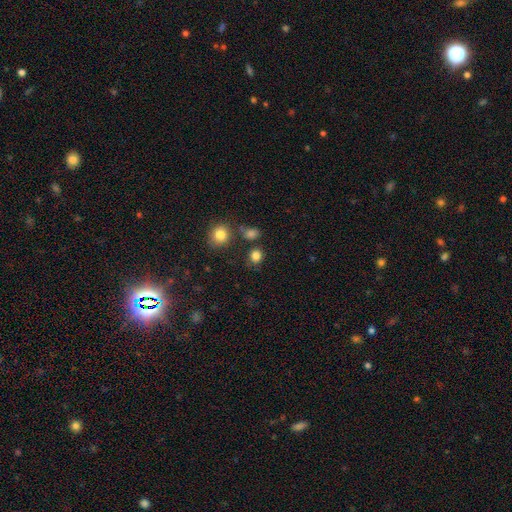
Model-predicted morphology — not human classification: Smooth or featured? Predicted: smooth (p=0.83). How rounded? Predicted: round (p=0.73). Merging? Predicted: none (p=0.76).